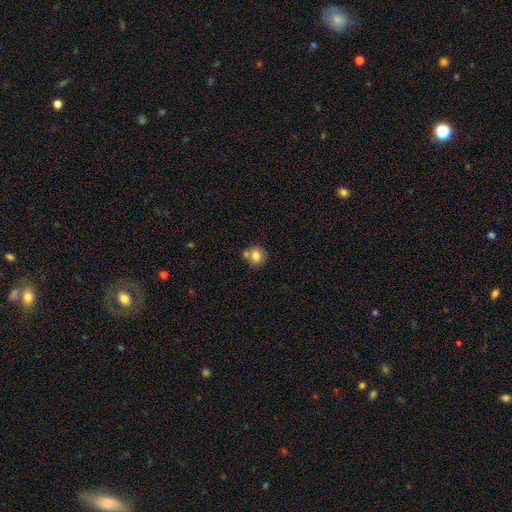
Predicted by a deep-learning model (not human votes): This is likely a smooth galaxy (78%). How rounded: clearly round (83%). Merging: possibly none (58%).